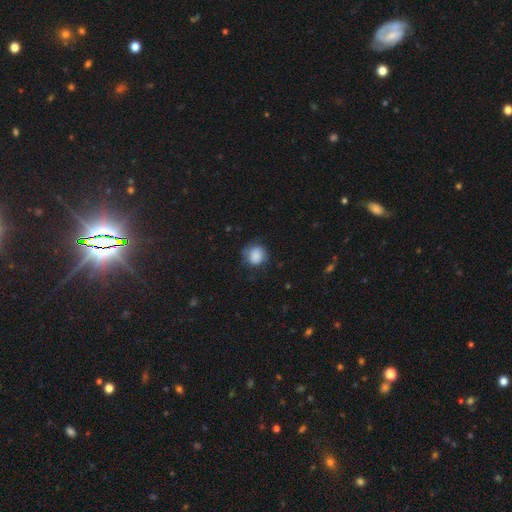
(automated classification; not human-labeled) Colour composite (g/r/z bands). It shows a smooth galaxy with no disk features (81%) that is round (76%). Merging: none (64%).